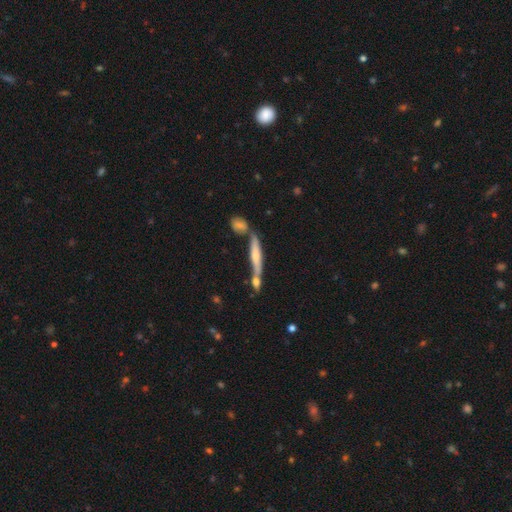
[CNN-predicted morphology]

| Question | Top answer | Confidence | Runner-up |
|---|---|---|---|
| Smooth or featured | featured or disk | 47% | smooth (46%) |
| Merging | none | 49% | merger (33%) |